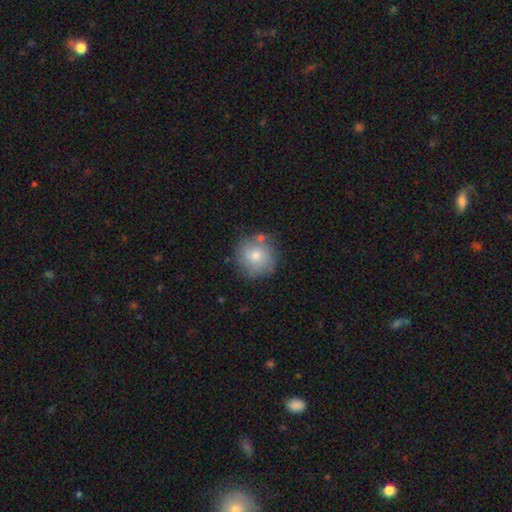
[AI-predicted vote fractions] Morphology: type=smooth (74%); roundness=round (93%); merging=none (75%).